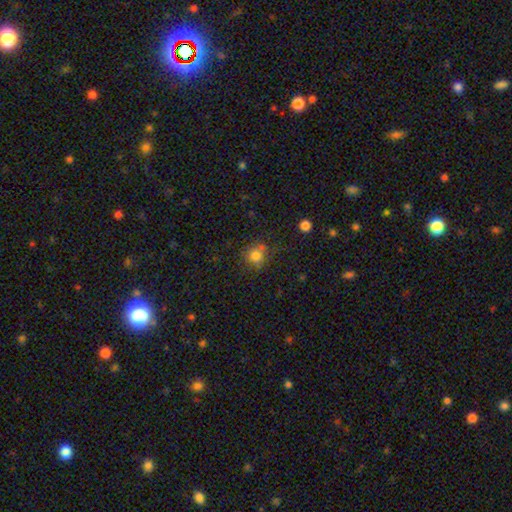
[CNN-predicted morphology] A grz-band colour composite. It shows a smooth galaxy with no disk features (78%) that is round (86%). Merging: none (68%).